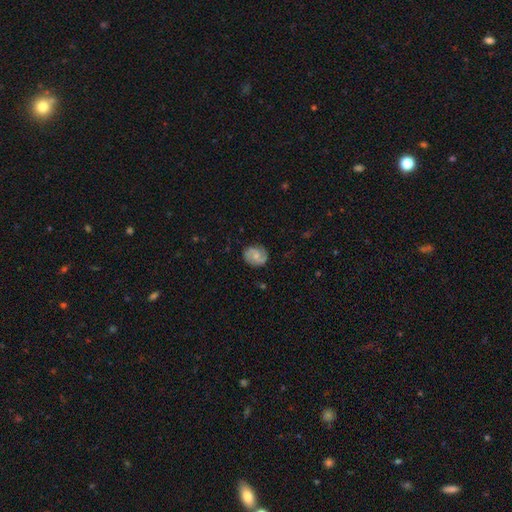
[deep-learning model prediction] Smooth or featured? Predicted: featured or disk (p=0.58). Edge-on disk? Predicted: no (p=0.97). Bar? Predicted: no (p=0.62). Spiral arms? Predicted: yes (p=0.90). Spiral winding? Predicted: medium (p=0.44). Spiral arm count? Predicted: 2 (p=0.75). Bulge size? Predicted: small (p=0.52). Merging? Predicted: none (p=0.78).